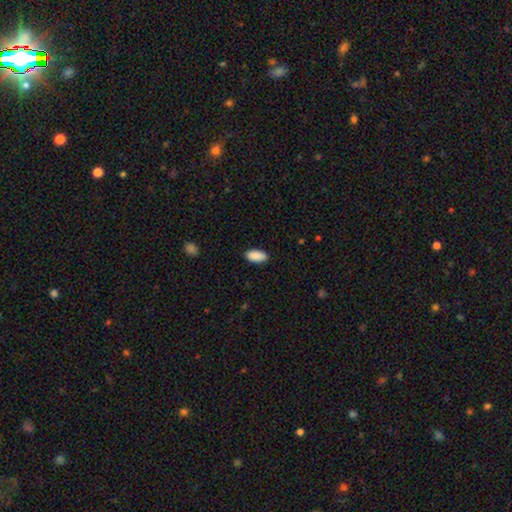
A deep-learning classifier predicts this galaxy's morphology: type=smooth (91%); roundness=in between (92%); merging=none (88%).